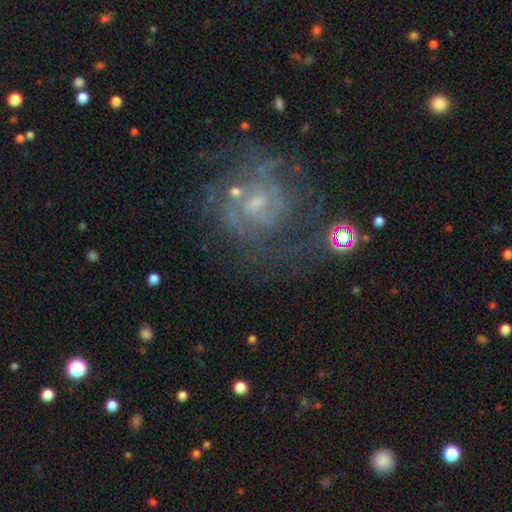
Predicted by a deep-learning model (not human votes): This appears to be a featured or disk galaxy (75%) with no bar (49%), tight (51%) spiral arms (83%) and a small central bulge (60%). Merging: none (66%).